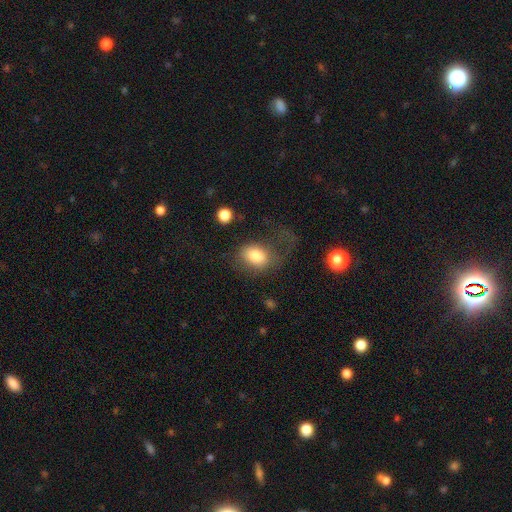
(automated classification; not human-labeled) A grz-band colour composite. It shows a smooth galaxy with no disk features (79%) that is in between round and cigar-shaped (72%). Merging: major disturbance (41%).